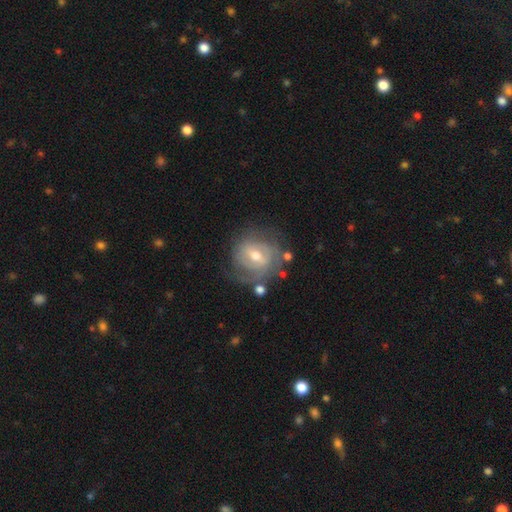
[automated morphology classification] Smooth or featured? Predicted: featured or disk (p=0.74). Edge-on disk? Predicted: no (p=0.97). Bar? Predicted: weak (p=0.54). Spiral arms? Predicted: yes (p=0.83). Spiral winding? Predicted: tight (p=0.59). Spiral arm count? Predicted: can't tell (p=0.39). Bulge size? Predicted: moderate (p=0.68). Merging? Predicted: none (p=0.64).